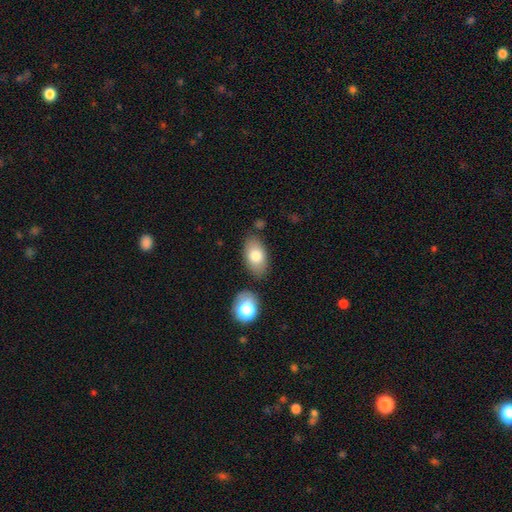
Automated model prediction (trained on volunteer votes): Smooth or featured: smooth — 77% (featured or disk — 15%)
How rounded: in between — 92% (round — 6%)
Merging: none — 78% (minor disturbance — 13%)